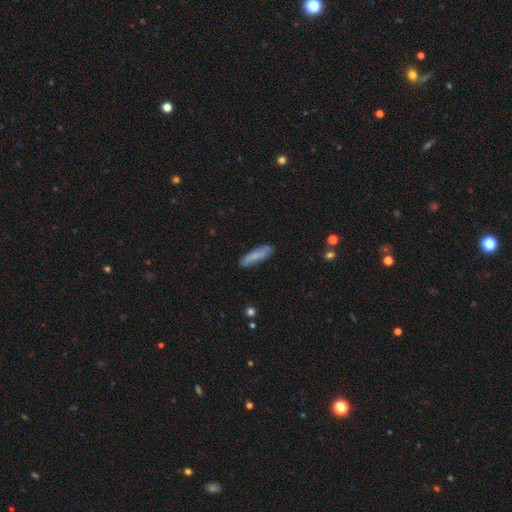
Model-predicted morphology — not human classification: This is likely a smooth galaxy (74%). How rounded: likely cigar-shaped (77%). Merging: clearly none (83%).